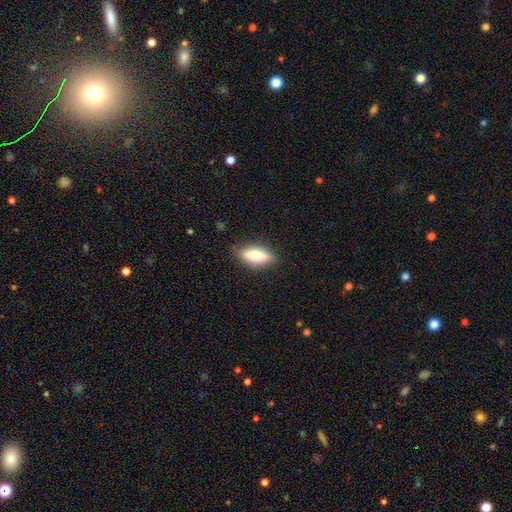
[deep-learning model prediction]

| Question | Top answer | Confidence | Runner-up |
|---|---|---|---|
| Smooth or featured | smooth | 62% | featured or disk (31%) |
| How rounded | in between | 67% | cigar-shaped (30%) |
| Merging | none | 84% | minor disturbance (12%) |